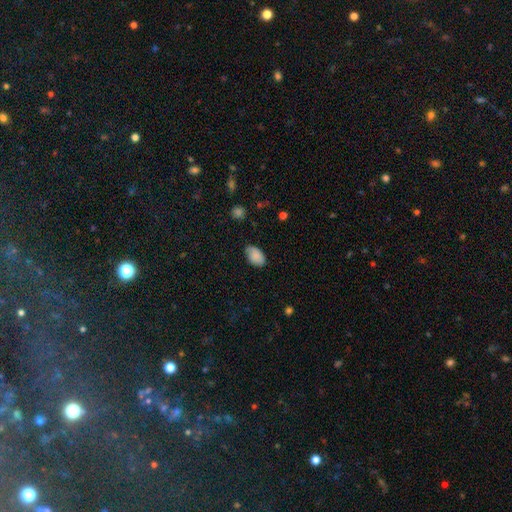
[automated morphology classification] type=smooth (83%); roundness=in between (90%); merging=none (69%).